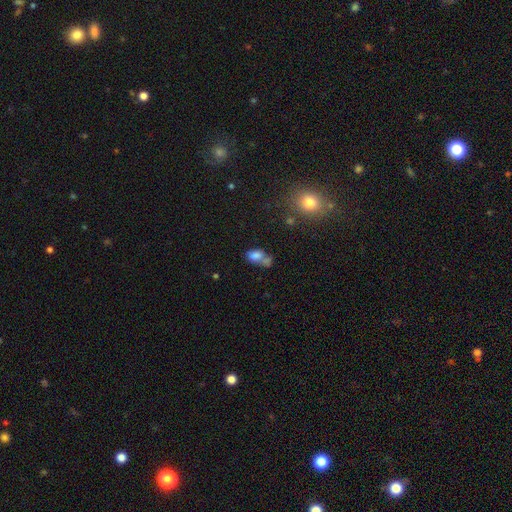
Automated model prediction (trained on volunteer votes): smooth_or_featured: smooth (p=0.73) [alt: featured or disk p=0.14]
how_rounded: in between (p=0.83) [alt: round p=0.14]
merging: merger (p=0.46) [alt: none p=0.29]